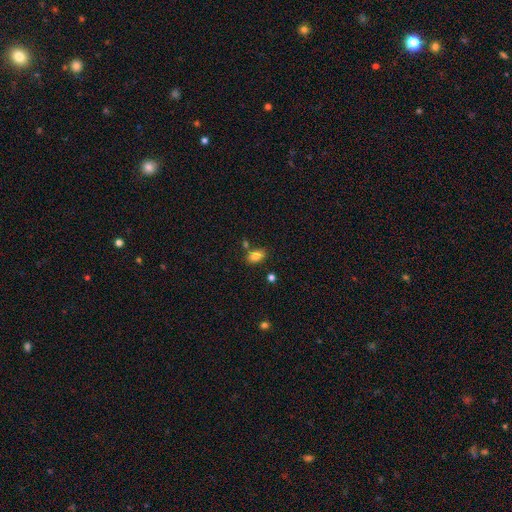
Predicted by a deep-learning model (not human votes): Q: Smooth or featured?
A: smooth (84%); runner-up: star or artifact (10%)
Q: How rounded?
A: in between (87%); runner-up: round (11%)
Q: Merging?
A: none (74%); runner-up: minor disturbance (13%)